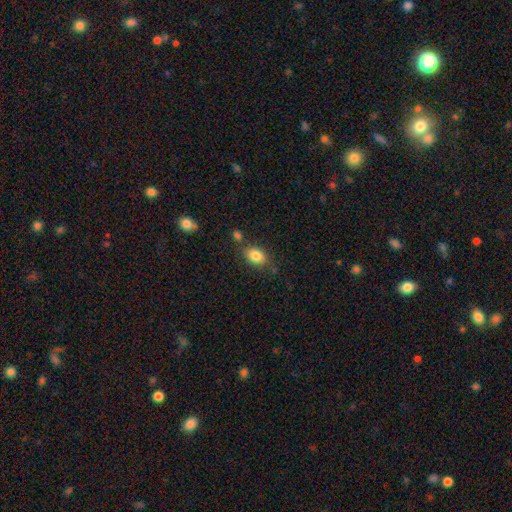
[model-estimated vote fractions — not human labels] A smooth galaxy with no disk features (84%) that is in between round and cigar-shaped (79%).

Vote fractions:
- Smooth or featured? smooth: 84% / star or artifact: 8% / featured or disk: 8%
- How rounded? in between: 79% / round: 19% / cigar-shaped: 2%
- Merging? none: 71% / minor disturbance: 16% / merger: 9% / major disturbance: 4%